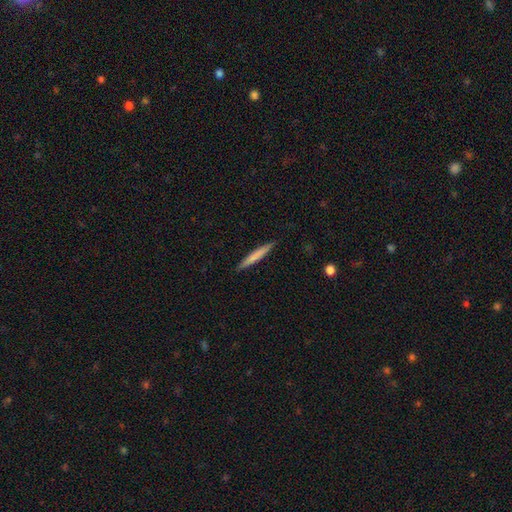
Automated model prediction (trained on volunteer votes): smooth-or-featured: smooth: 70% | featured or disk: 25% | star or artifact: 5%
  how-rounded: cigar-shaped: 96% | in between: 3% | round: 1%
  merging: none: 91% | minor disturbance: 7% | major disturbance: 1% | merger: 1%